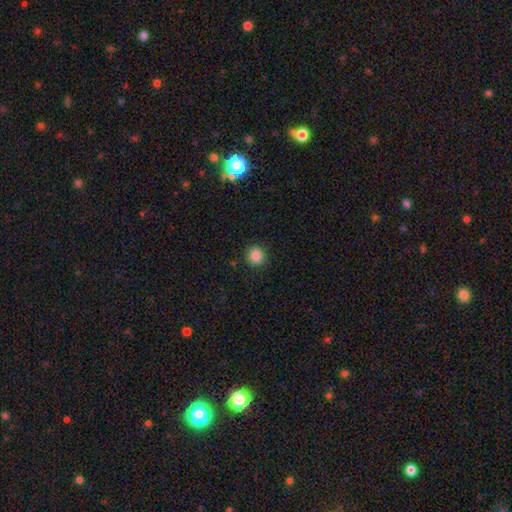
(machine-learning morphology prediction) Overall: smooth (86%). How rounded: round (94%). Merging: none (91%).